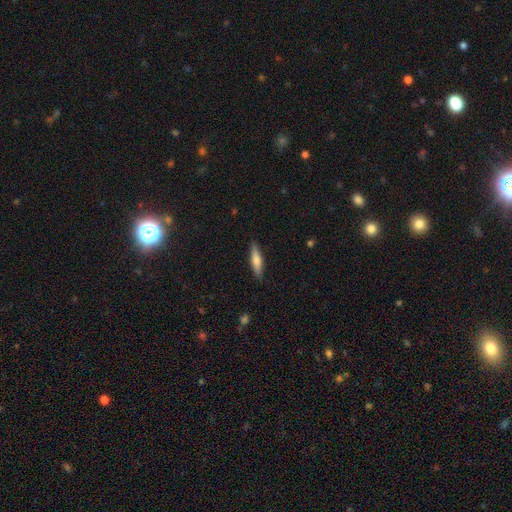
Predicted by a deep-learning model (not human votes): smooth-or-featured: smooth: 51% | featured or disk: 40% | star or artifact: 9%
  how-rounded: cigar-shaped: 77% | in between: 21% | round: 2%
  merging: none: 89% | minor disturbance: 8% | major disturbance: 2% | merger: 1%